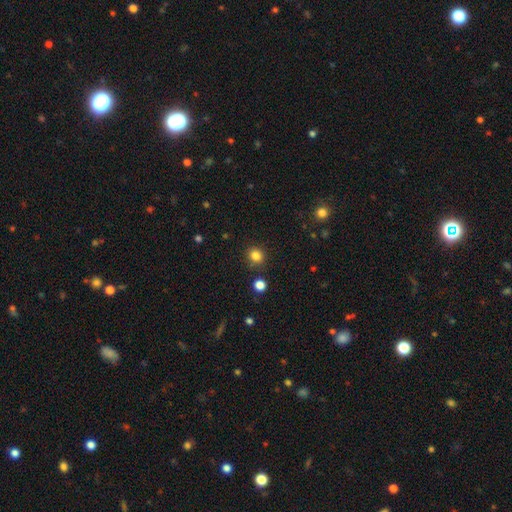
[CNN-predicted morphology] smooth-or-featured: smooth: 83% | star or artifact: 13% | featured or disk: 4%
  how-rounded: round: 85% | in between: 14% | cigar-shaped: 1%
  merging: none: 86% | minor disturbance: 8% | merger: 4% | major disturbance: 3%